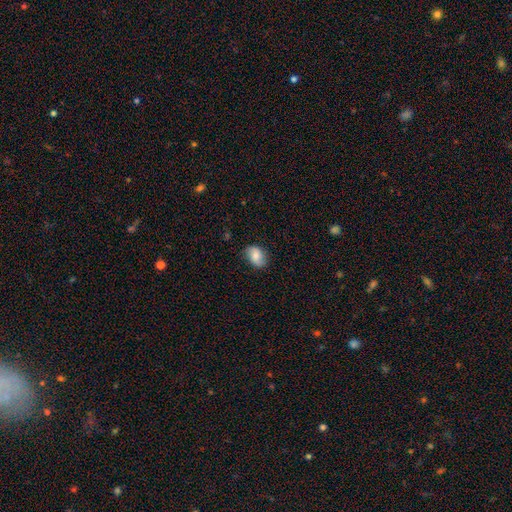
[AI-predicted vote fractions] Smooth or featured? Predicted: smooth (p=0.76). How rounded? Predicted: in between (p=0.81). Merging? Predicted: none (p=0.77).